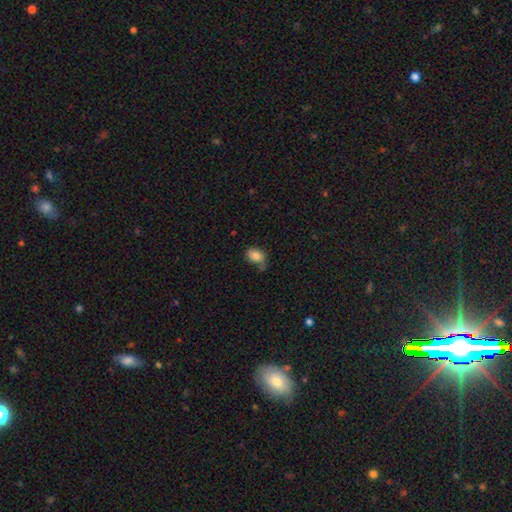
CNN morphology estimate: Smooth or featured? smooth (83%)
How rounded? in between (75%)
Merging? none (53%)